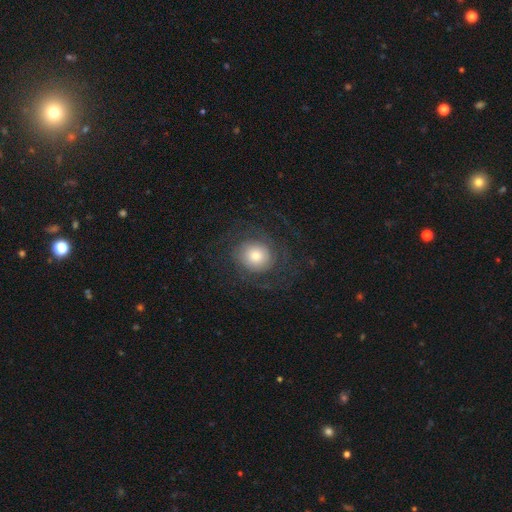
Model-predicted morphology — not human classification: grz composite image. It shows a featured or disk galaxy (52%) with no bar (84%), spiral arms (80%) and a moderate central bulge (42%). Merging: none (72%).